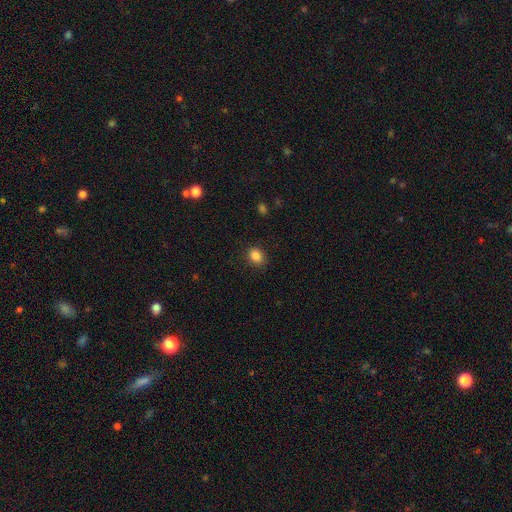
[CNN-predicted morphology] This appears to be a smooth galaxy with no disk features (86%) that is in between round and cigar-shaped (53%). Merging: none (87%).